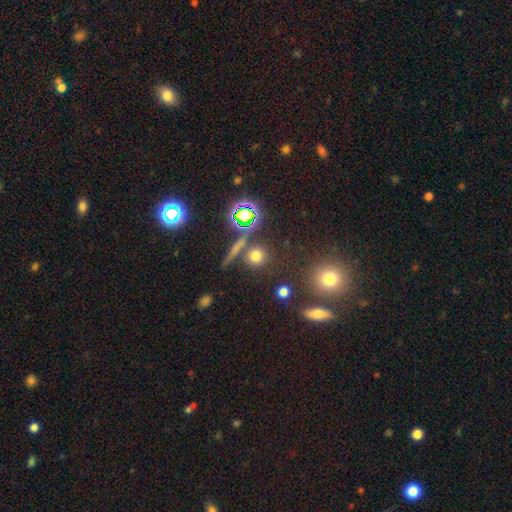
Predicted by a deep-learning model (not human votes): Smooth or featured? smooth (66%)
How rounded? round (89%)
Merging? none (78%)